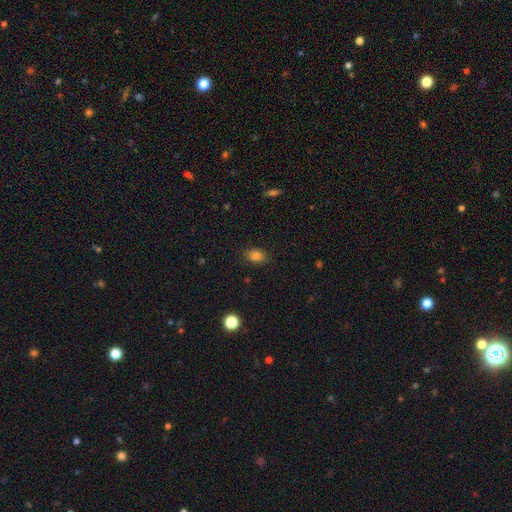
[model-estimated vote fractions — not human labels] This appears to be a smooth galaxy with no disk features (83%) that is in between round and cigar-shaped (78%). Merging: none (84%).